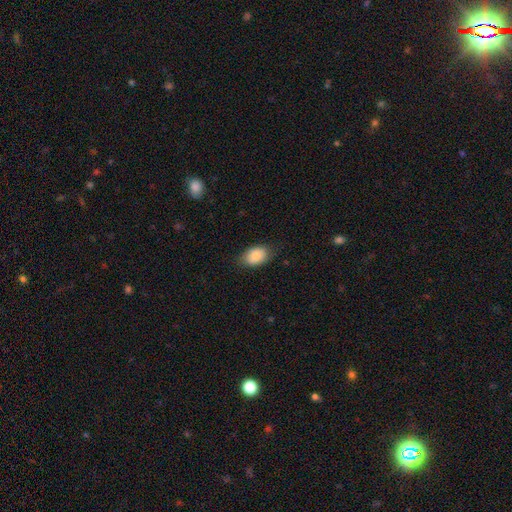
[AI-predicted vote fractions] A smooth galaxy with no disk features (86%) that is in between round and cigar-shaped (87%). Merging: none (78%).